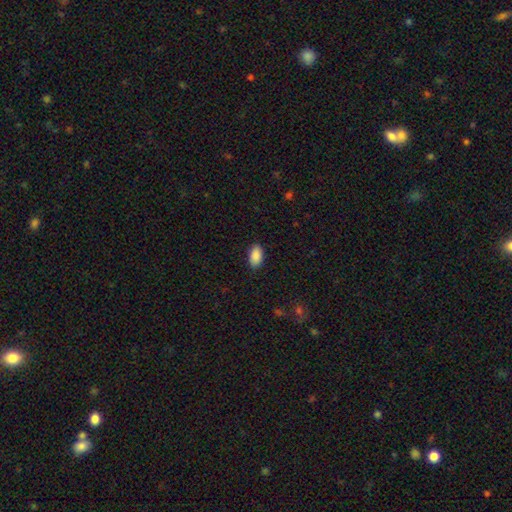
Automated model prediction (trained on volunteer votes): This is clearly a smooth galaxy (90%). How rounded: clearly in between (94%). Merging: clearly none (88%).